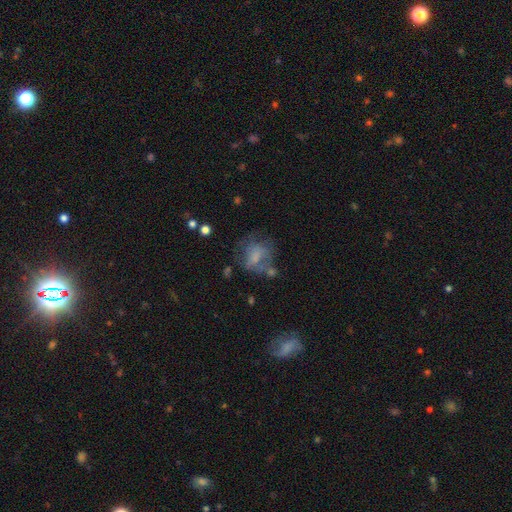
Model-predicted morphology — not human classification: Q: Smooth or featured?
A: smooth (50%); runner-up: featured or disk (36%)
Q: How rounded?
A: round (49%); tied with: in between (49%)
Q: Merging?
A: none (36%); runner-up: major disturbance (31%)